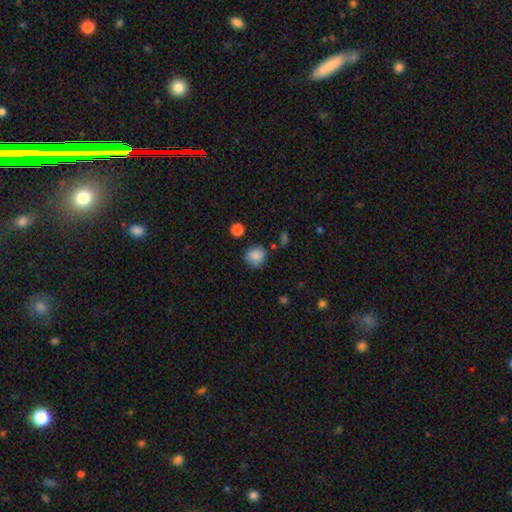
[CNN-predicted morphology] Q: Smooth or featured?
A: smooth (87%); runner-up: star or artifact (9%)
Q: How rounded?
A: round (89%); runner-up: in between (10%)
Q: Merging?
A: none (81%); runner-up: minor disturbance (12%)